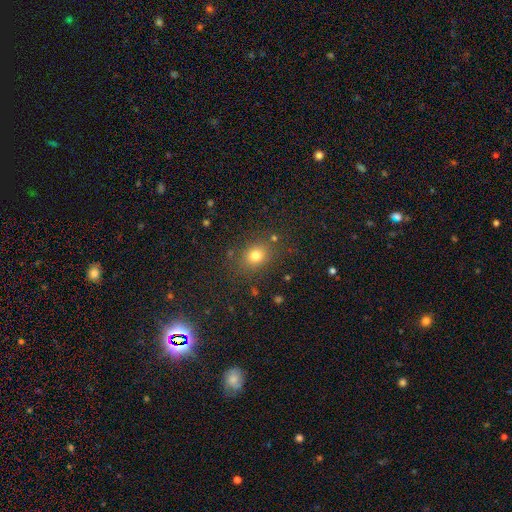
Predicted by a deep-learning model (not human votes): smooth-or-featured: smooth: 76% | star or artifact: 16% | featured or disk: 8%
  how-rounded: round: 59% | in between: 40% | cigar-shaped: 1%
  merging: none: 80% | minor disturbance: 11% | major disturbance: 5% | merger: 4%